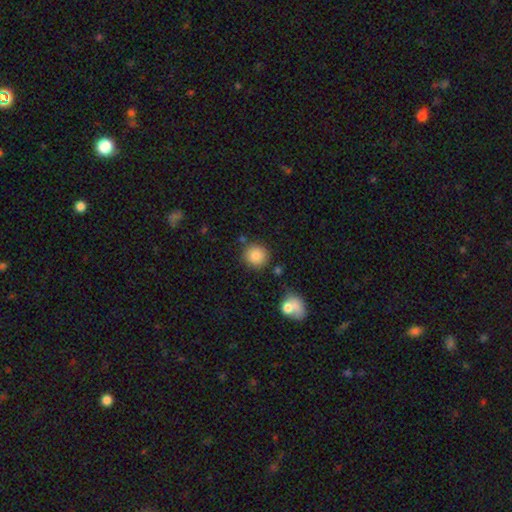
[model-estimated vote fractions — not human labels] smooth 86%, star or artifact 9%, featured or disk 5%. Down the decision tree: how rounded — round (90%); merging — none (82%).